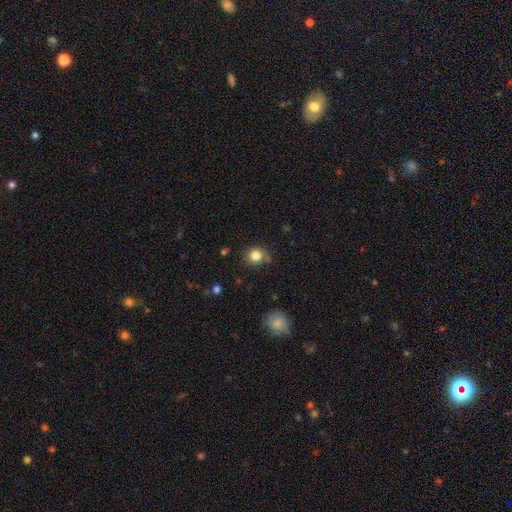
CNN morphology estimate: type=smooth (82%); roundness=round (84%); merging=none (77%).